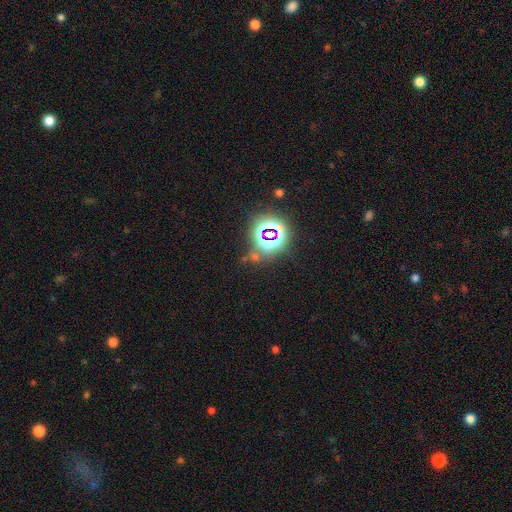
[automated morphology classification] A star or artifact, not a galaxy (77%).